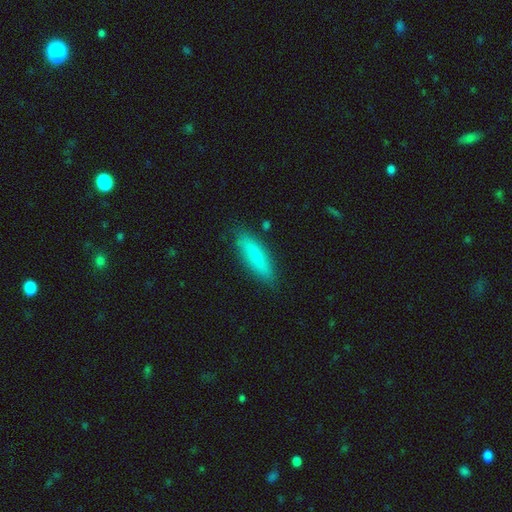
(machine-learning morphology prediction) type=smooth (82%); roundness=cigar-shaped (66%); merging=none (84%).